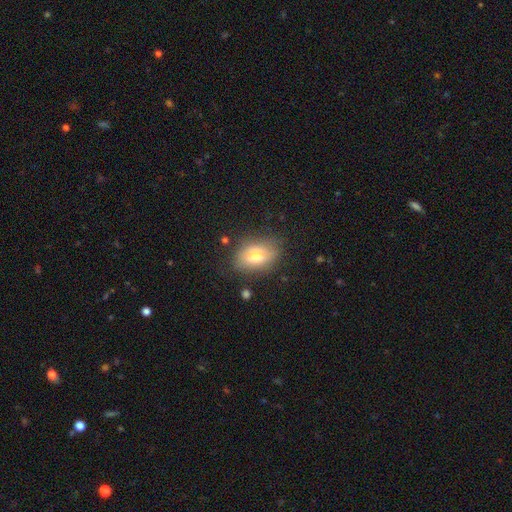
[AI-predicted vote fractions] Smooth or featured? smooth (70%)
How rounded? in between (81%)
Merging? none (76%)